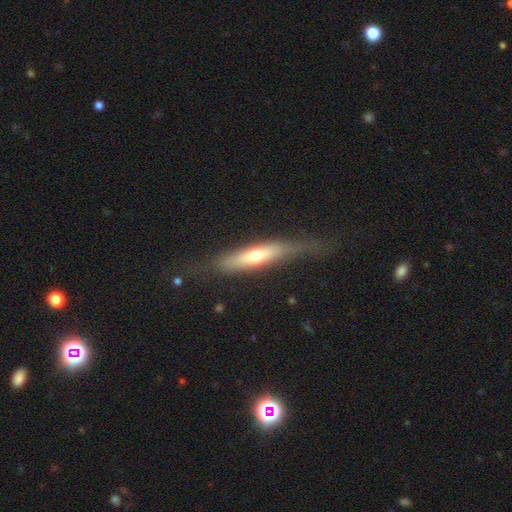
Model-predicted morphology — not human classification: smooth_or_featured: smooth (p=0.50) [alt: featured or disk p=0.44]
how_rounded: cigar-shaped (p=0.70) [alt: in between p=0.27]
merging: none (p=0.63) [alt: minor disturbance p=0.21]